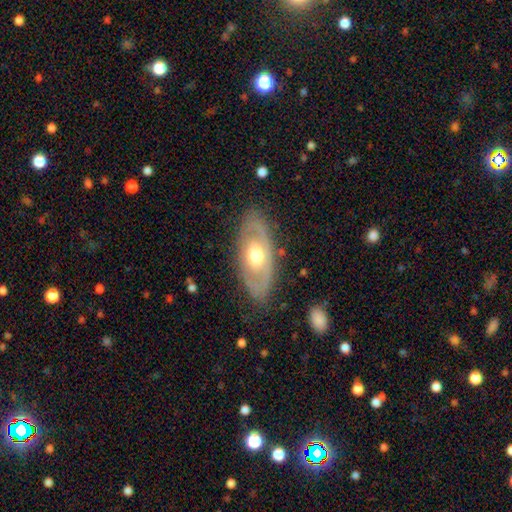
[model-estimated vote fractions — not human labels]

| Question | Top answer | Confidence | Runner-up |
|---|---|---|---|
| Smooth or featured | featured or disk | 61% | smooth (34%) |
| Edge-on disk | no | 84% | yes (16%) |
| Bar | no | 86% | weak (11%) |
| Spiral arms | no | 76% | yes (24%) |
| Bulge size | moderate | 69% | large (22%) |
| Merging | none | 81% | minor disturbance (13%) |